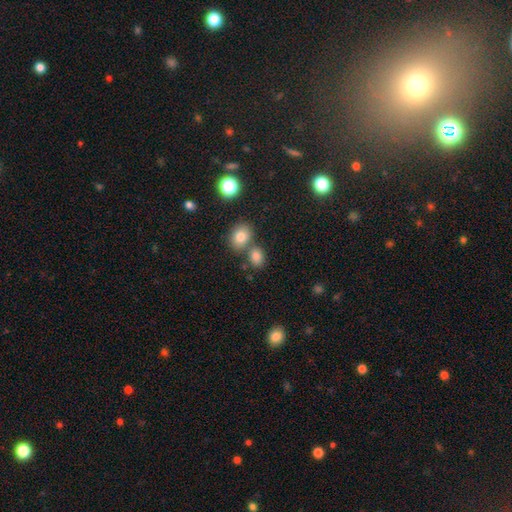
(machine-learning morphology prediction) Q: Smooth or featured?
A: smooth (78%); runner-up: star or artifact (14%)
Q: How rounded?
A: in between (54%); runner-up: round (45%)
Q: Merging?
A: none (60%); runner-up: merger (27%)